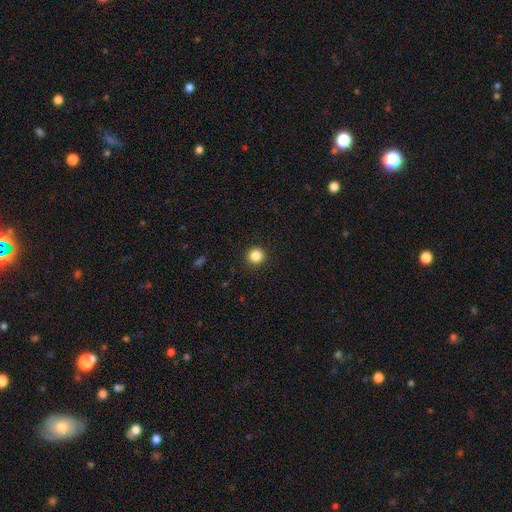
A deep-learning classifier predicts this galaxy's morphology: A smooth galaxy with no disk features (85%) that is round (94%).

Vote fractions:
- Smooth or featured? smooth: 85% / star or artifact: 11% / featured or disk: 4%
- How rounded? round: 94% / in between: 5% / cigar-shaped: 1%
- Merging? none: 92% / minor disturbance: 5% / major disturbance: 2% / merger: 1%